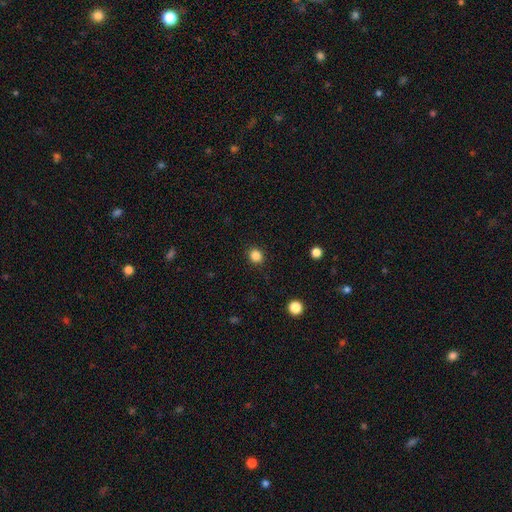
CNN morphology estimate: smooth 85%, star or artifact 12%, featured or disk 3%. Down the decision tree: how rounded — round (84%); merging — none (91%).